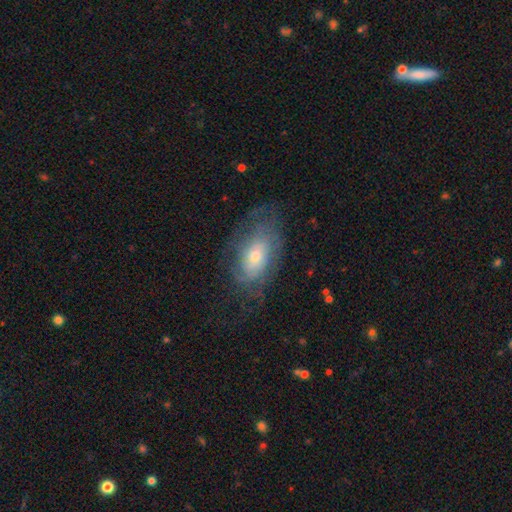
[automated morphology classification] This appears to be a featured or disk galaxy (58%) with no bar (75%), spiral arms (71%) and a moderate central bulge (45%, tied with small). Merging: none (62%).